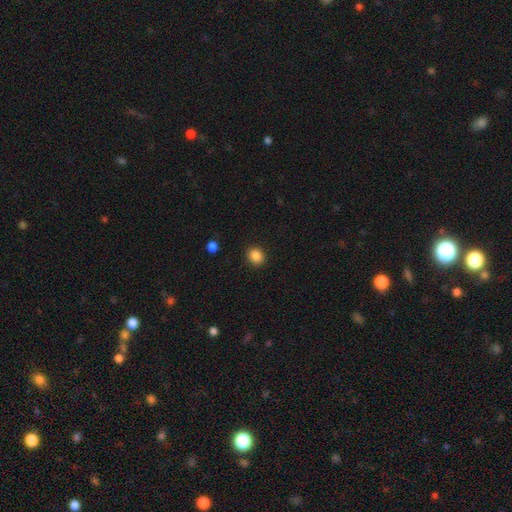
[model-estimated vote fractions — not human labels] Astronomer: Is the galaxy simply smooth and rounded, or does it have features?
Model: smooth — 87%.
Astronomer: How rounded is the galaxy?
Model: round — 74%.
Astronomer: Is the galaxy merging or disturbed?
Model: none — 90%.